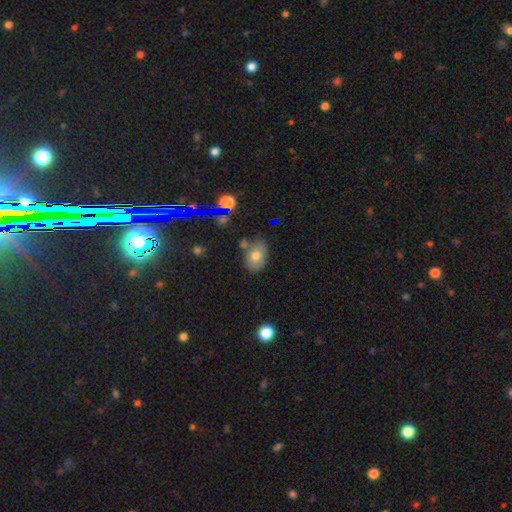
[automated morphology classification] The model was most divided on "smooth or featured": smooth: 65%, featured or disk: 22%, star or artifact: 13%. More confident: how rounded — in between (83%); merging — none (69%).